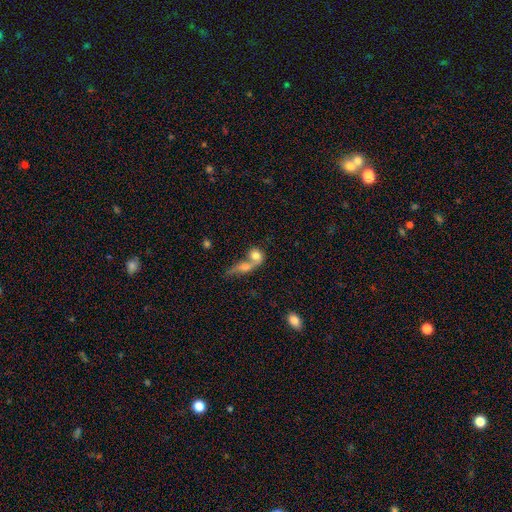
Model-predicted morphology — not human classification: Smooth or featured?
  - smooth: 71% *
  - featured or disk: 20%
  - star or artifact: 10%
How rounded?
  - round: 57% *
  - in between: 39%
  - cigar-shaped: 4%
Merging?
  - merger: 68% *
  - none: 19%
  - major disturbance: 7%
  - minor disturbance: 6%